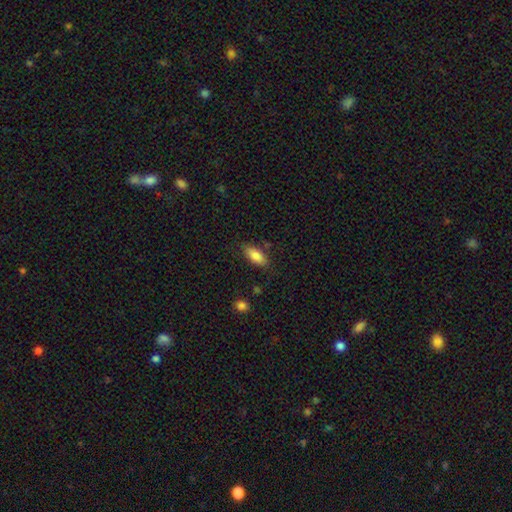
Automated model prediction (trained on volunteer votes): This appears to be a smooth galaxy with no disk features (85%) that is in between round and cigar-shaped (84%). Merging: none (78%).